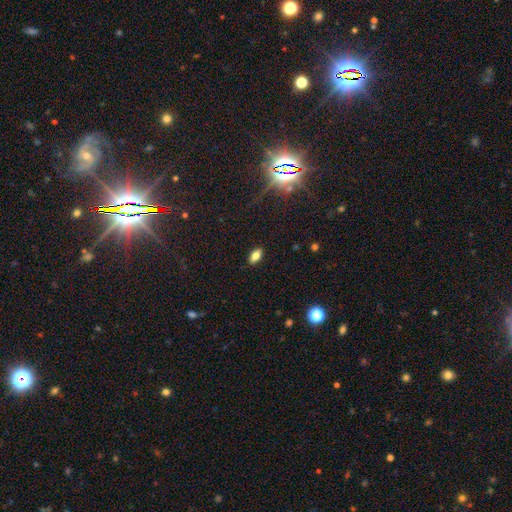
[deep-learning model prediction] Smooth or featured? Predicted: smooth (p=0.71). How rounded? Predicted: in between (p=0.86). Merging? Predicted: none (p=0.88).